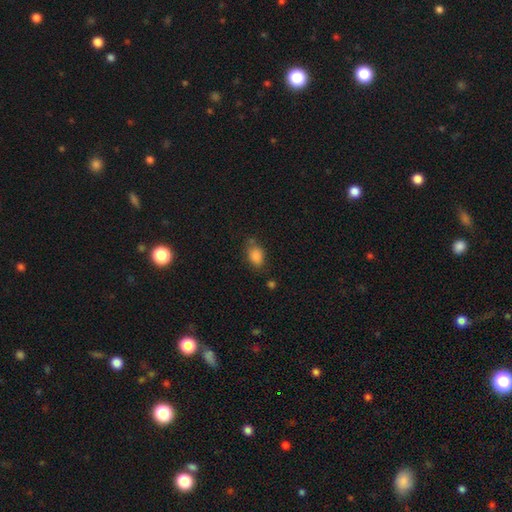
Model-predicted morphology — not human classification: smooth_or_featured: smooth (p=0.85) [alt: star or artifact p=0.09]
how_rounded: in between (p=0.80) [alt: round p=0.19]
merging: none (p=0.64) [alt: minor disturbance p=0.23]